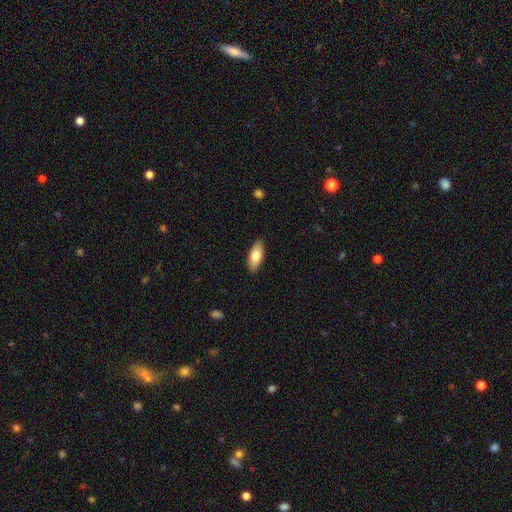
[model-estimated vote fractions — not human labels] A smooth galaxy with no disk features (77%) that is in between round and cigar-shaped (85%).

Vote fractions:
- Smooth or featured? smooth: 77% / featured or disk: 17% / star or artifact: 6%
- How rounded? in between: 85% / cigar-shaped: 12% / round: 2%
- Merging? none: 89% / minor disturbance: 8% / major disturbance: 2% / merger: 1%